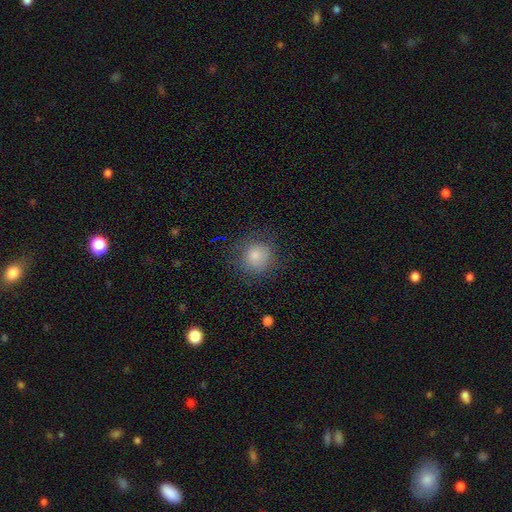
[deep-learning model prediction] Smooth or featured? smooth (82%)
How rounded? round (91%)
Merging? none (82%)